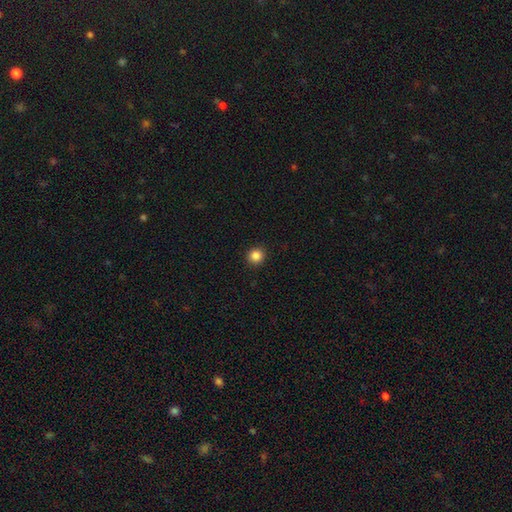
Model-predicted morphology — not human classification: smooth_or_featured: smooth (p=0.86) [alt: star or artifact p=0.11]
how_rounded: round (p=0.93) [alt: in between p=0.07]
merging: none (p=0.92) [alt: minor disturbance p=0.05]